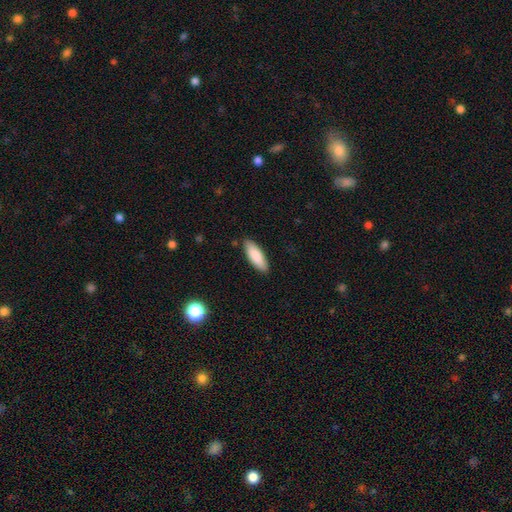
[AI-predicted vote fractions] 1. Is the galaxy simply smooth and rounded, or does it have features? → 87% smooth, 8% featured or disk, 5% star or artifact.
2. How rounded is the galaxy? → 62% in between, 36% cigar-shaped, 2% round.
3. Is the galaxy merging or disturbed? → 87% none, 10% minor disturbance, 2% major disturbance, 1% merger.